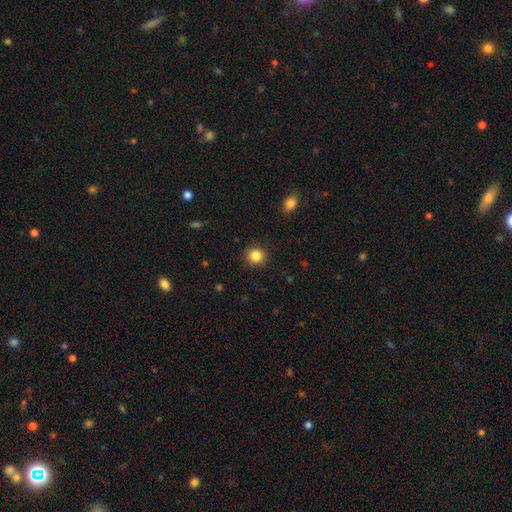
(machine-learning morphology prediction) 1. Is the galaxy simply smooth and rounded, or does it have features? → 85% smooth, 11% star or artifact, 5% featured or disk.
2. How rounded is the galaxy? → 89% round, 10% in between, 1% cigar-shaped.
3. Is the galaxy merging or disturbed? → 90% none, 7% minor disturbance, 2% major disturbance, 1% merger.